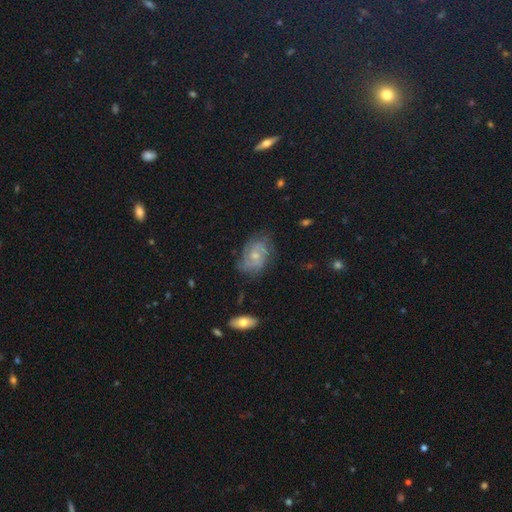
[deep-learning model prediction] smooth-or-featured: featured or disk: 71% | smooth: 21% | star or artifact: 8%
  disk-edge-on: no: 96% | yes: 4%
    bar: no: 70% | weak: 26% | strong: 4%
    has-spiral-arms: yes: 88% | no: 12%
      spiral-winding: tight: 47% | medium: 39% | loose: 14%
      spiral-arm-count: 2: 39% | can't tell: 32% | 3: 17% | 4: 5% | 1: 4% | more than 4: 3%
    bulge-size: small: 52% | moderate: 43% | none: 3% | large: 2% | dominant: 1%
  merging: none: 66% | minor disturbance: 23% | major disturbance: 9% | merger: 2%